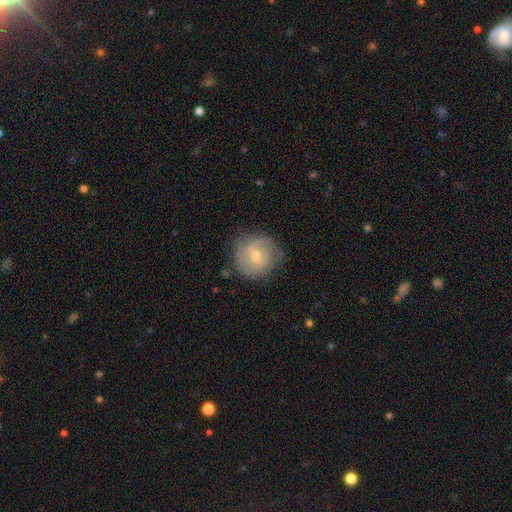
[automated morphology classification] A featured or disk galaxy (69%) with a weak bar (53%), 2 (47%) tight (54%) spiral arms (86%) and a moderate central bulge (51%).

Vote fractions:
- Smooth or featured? featured or disk: 69% / smooth: 23% / star or artifact: 8%
- Edge-on disk? no: 97% / yes: 3%
- Bar? weak: 53% / no: 33% / strong: 14%
- Spiral arms? yes: 86% / no: 14%
- Spiral winding? tight: 54% / medium: 34% / loose: 12%
- Spiral arm count? 2: 47% / can't tell: 32% / 3: 10% / 1: 5% / 4: 3% / more than 4: 3%
- Bulge size? moderate: 51% / small: 46% / large: 1% / none: 1% / dominant: 1%
- Merging? none: 75% / minor disturbance: 18% / major disturbance: 6% / merger: 1%